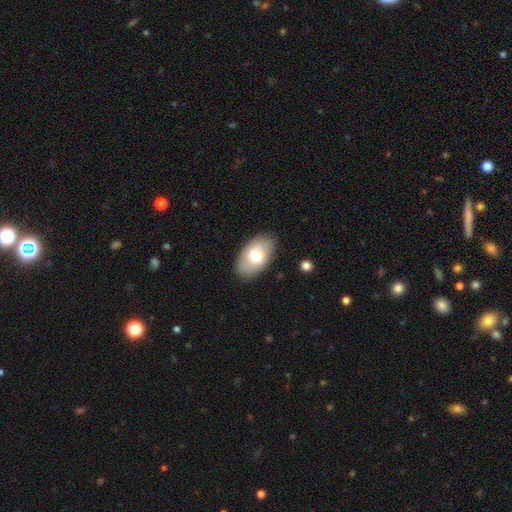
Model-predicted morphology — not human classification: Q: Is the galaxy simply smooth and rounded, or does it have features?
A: smooth — 69%.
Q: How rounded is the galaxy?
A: in between — 94%.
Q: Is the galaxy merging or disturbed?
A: none — 86%.